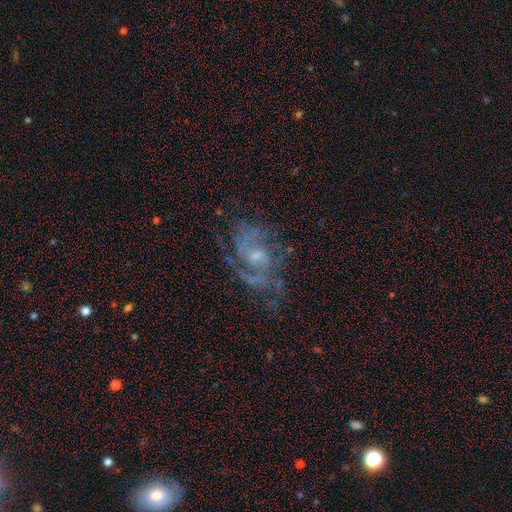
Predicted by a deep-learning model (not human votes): A featured or disk galaxy (81%) with no bar (52%), 2 (45%) medium (48%) spiral arms (88%) and a small central bulge (50%). Merging: none (59%).